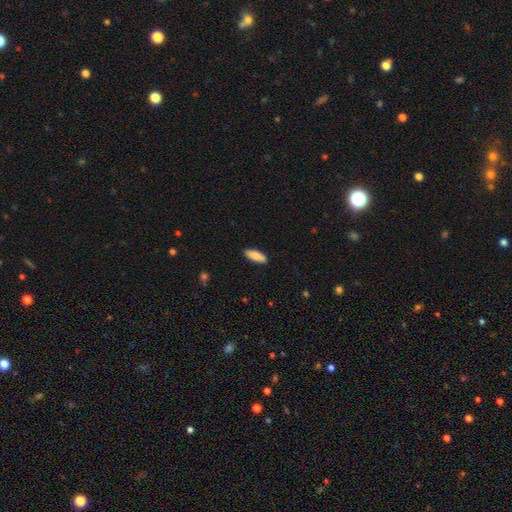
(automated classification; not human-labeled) Q: Smooth or featured?
A: smooth (82%); runner-up: featured or disk (12%)
Q: How rounded?
A: in between (60%); runner-up: cigar-shaped (38%)
Q: Merging?
A: none (88%); runner-up: minor disturbance (9%)